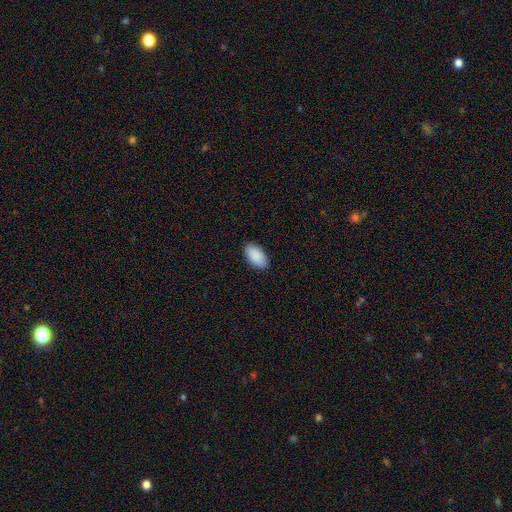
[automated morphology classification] Smooth or featured? Predicted: smooth (p=0.91). How rounded? Predicted: in between (p=0.96). Merging? Predicted: none (p=0.89).